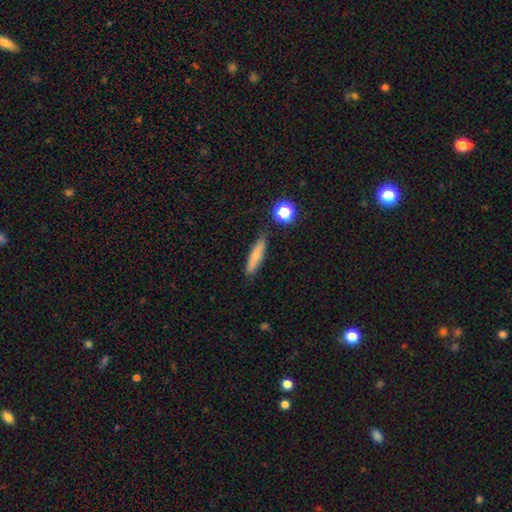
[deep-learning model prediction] Smooth or featured?
  - smooth: 69% *
  - featured or disk: 22%
  - star or artifact: 9%
How rounded?
  - cigar-shaped: 79% *
  - in between: 18%
  - round: 3%
Merging?
  - none: 84% *
  - minor disturbance: 11%
  - merger: 3%
  - major disturbance: 2%